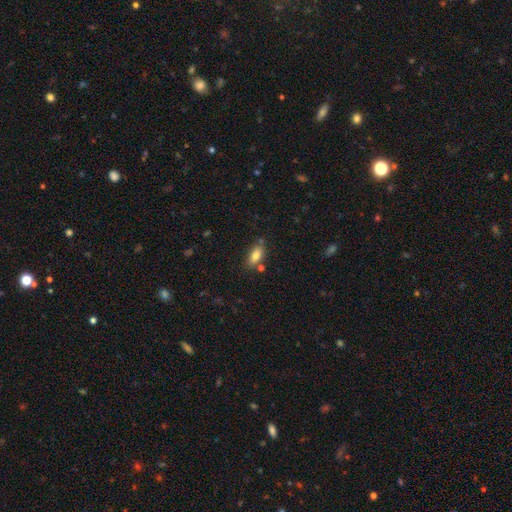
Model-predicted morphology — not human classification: A smooth galaxy with no disk features (81%) that is in between round and cigar-shaped (88%).

Vote fractions:
- Smooth or featured? smooth: 81% / featured or disk: 11% / star or artifact: 8%
- How rounded? in between: 88% / cigar-shaped: 8% / round: 4%
- Merging? none: 74% / minor disturbance: 14% / merger: 8% / major disturbance: 3%